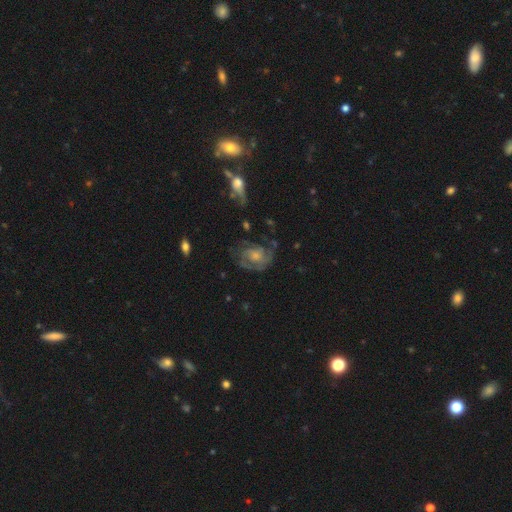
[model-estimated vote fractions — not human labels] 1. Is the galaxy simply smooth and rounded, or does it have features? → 76% featured or disk, 17% smooth, 7% star or artifact.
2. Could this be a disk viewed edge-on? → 97% no, 3% yes.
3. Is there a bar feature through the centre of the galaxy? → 70% no, 26% weak, 4% strong.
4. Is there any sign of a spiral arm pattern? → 89% yes, 11% no.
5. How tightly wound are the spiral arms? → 46% tight, 40% medium, 14% loose.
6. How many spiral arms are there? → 38% 2, 28% can't tell, 19% 3, 6% 1, 5% 4, 4% more than 4.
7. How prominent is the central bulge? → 43% small, 40% moderate, 9% none, 6% large, 1% dominant.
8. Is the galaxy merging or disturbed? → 57% none, 22% minor disturbance, 18% major disturbance, 3% merger.